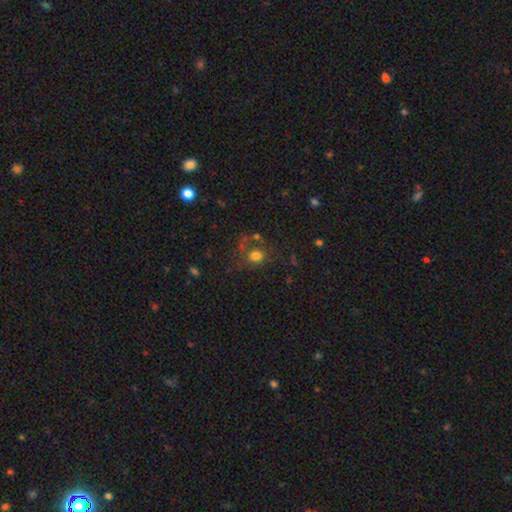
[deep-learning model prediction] This is possibly a smooth galaxy (57%). How rounded: likely round (74%). Merging: possibly none (48%).